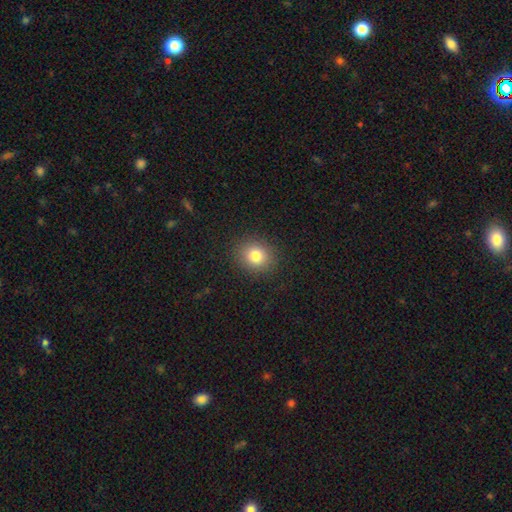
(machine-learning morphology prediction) The model was most divided on "how rounded": round: 76%, in between: 24%, cigar-shaped: 1%. More confident: merging — none (89%); smooth or featured — smooth (81%).